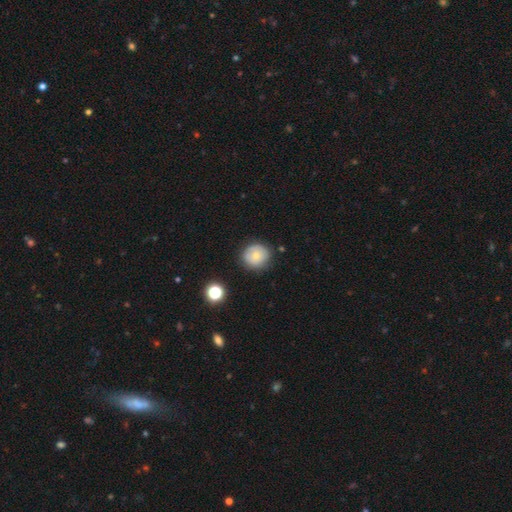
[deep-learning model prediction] Smooth or featured: smooth — 70% (featured or disk — 20%)
How rounded: round — 90% (in between — 9%)
Merging: none — 82% (minor disturbance — 14%)